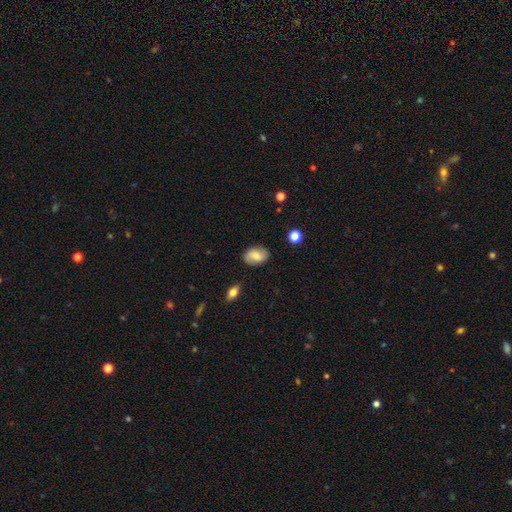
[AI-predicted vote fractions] The model was most divided on "smooth or featured": smooth: 69%, featured or disk: 23%, star or artifact: 8%. More confident: how rounded — in between (84%); merging — none (82%).